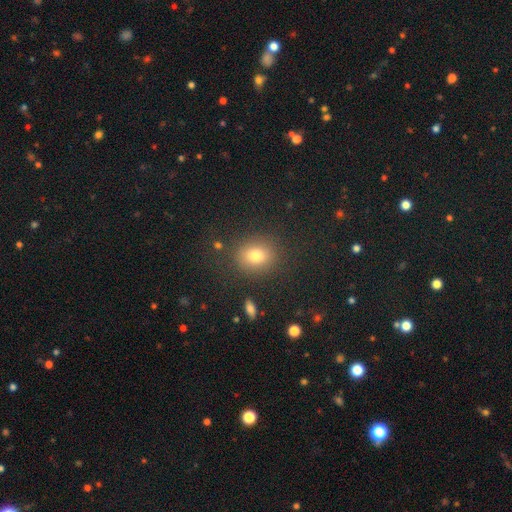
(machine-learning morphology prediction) Smooth or featured?
  - smooth: 77% *
  - star or artifact: 14%
  - featured or disk: 9%
How rounded?
  - round: 61% *
  - in between: 38%
  - cigar-shaped: 1%
Merging?
  - none: 84% *
  - minor disturbance: 10%
  - major disturbance: 4%
  - merger: 2%